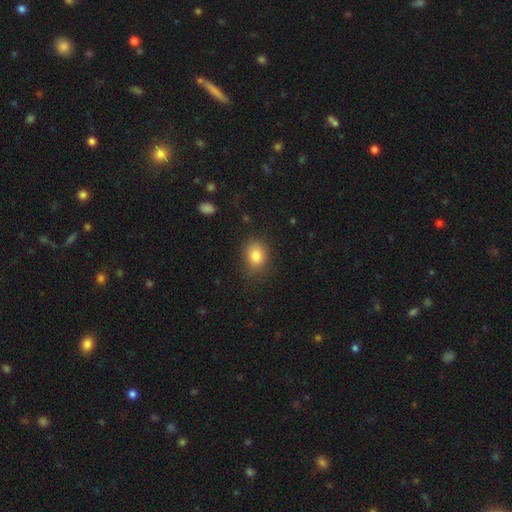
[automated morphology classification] Smooth or featured? smooth (85%)
How rounded? in between (56%)
Merging? none (77%)